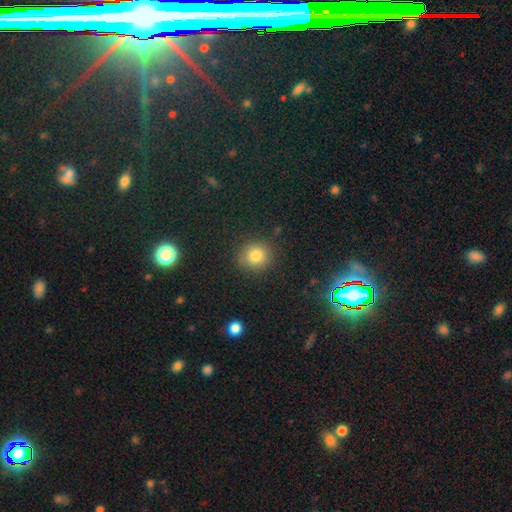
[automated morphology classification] This appears to be a smooth galaxy with no disk features (81%) that is round (88%). Merging: none (88%).